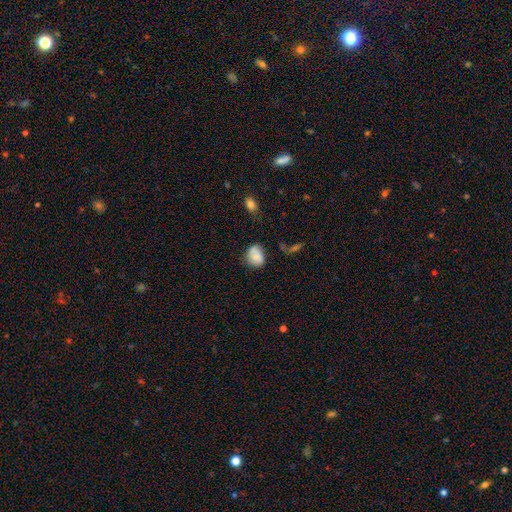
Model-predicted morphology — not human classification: This appears to be a smooth galaxy with no disk features (78%) that is round (52%). Merging: none (60%).